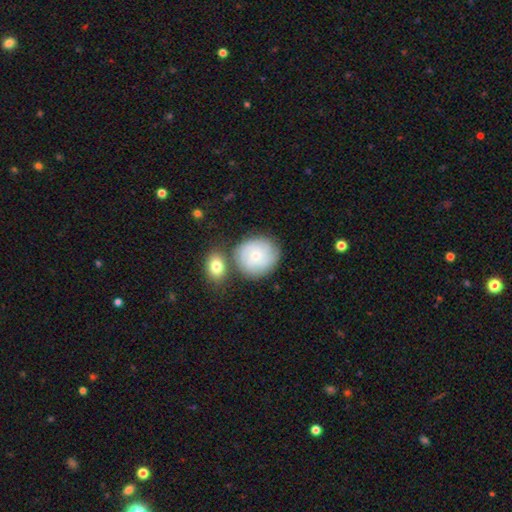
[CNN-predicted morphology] smooth-or-featured: featured or disk: 51% | smooth: 41% | star or artifact: 8%
  disk-edge-on: no: 97% | yes: 3%
  merging: none: 70% | minor disturbance: 14% | merger: 11% | major disturbance: 4%